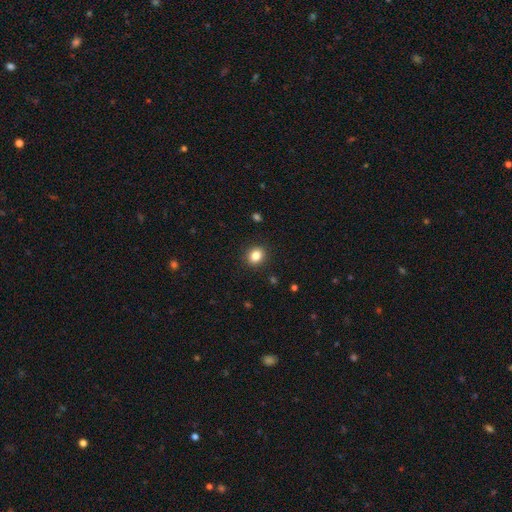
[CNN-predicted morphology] Smooth or featured? Predicted: smooth (p=0.84). How rounded? Predicted: round (p=0.60). Merging? Predicted: none (p=0.90).